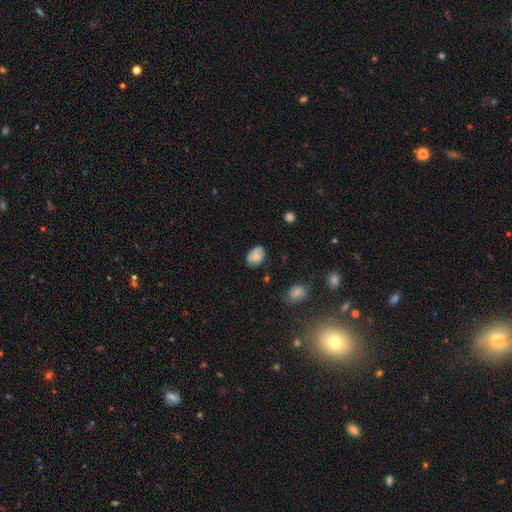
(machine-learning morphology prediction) Q: Smooth or featured?
A: smooth (71%); runner-up: featured or disk (20%)
Q: How rounded?
A: in between (78%); runner-up: round (21%)
Q: Merging?
A: none (70%); runner-up: minor disturbance (23%)